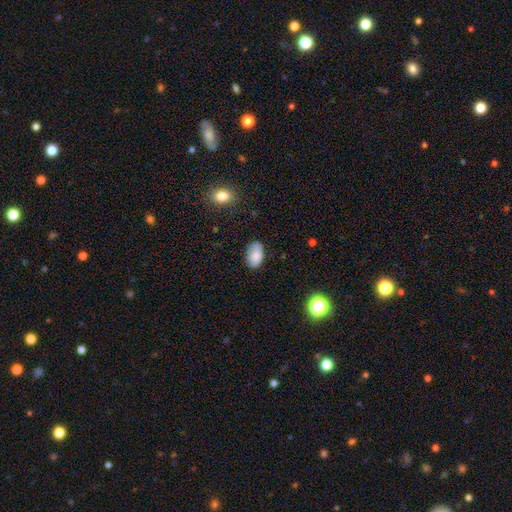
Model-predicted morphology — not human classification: smooth-or-featured: smooth: 84% | star or artifact: 8% | featured or disk: 8%
  how-rounded: in between: 92% | round: 7% | cigar-shaped: 1%
  merging: none: 75% | minor disturbance: 20% | major disturbance: 4% | merger: 1%